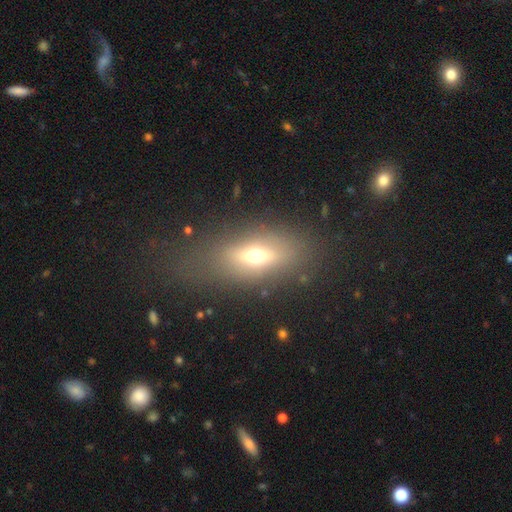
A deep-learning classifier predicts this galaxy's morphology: This appears to be a smooth galaxy with no disk features (51%) that is in between round and cigar-shaped (73%). Merging: none (71%).